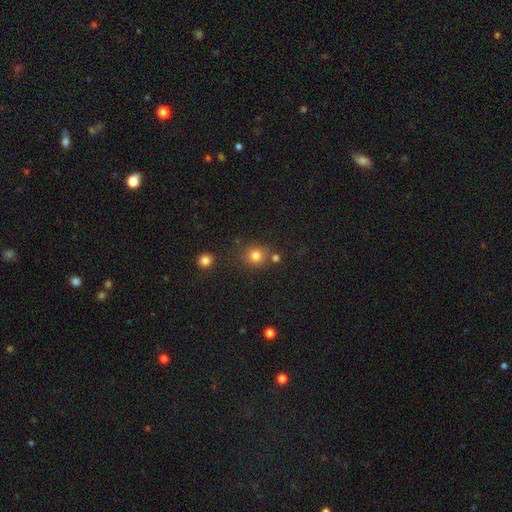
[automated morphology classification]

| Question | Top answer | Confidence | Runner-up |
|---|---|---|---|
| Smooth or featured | smooth | 80% | star or artifact (13%) |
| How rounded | round | 85% | in between (15%) |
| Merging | none | 74% | merger (11%) |